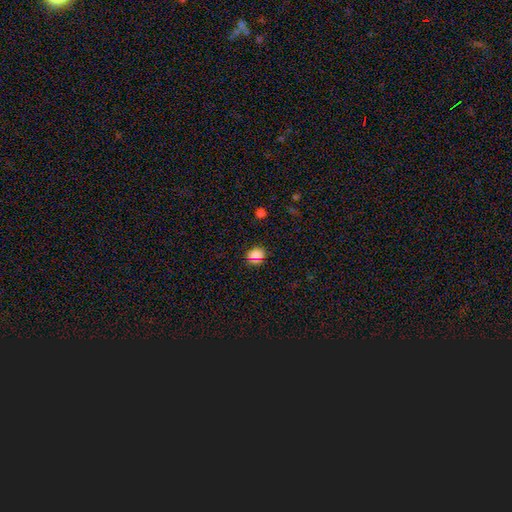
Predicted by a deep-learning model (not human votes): smooth 74%, star or artifact 21%, featured or disk 5%. Down the decision tree: how rounded — round (56%); merging — none (87%).